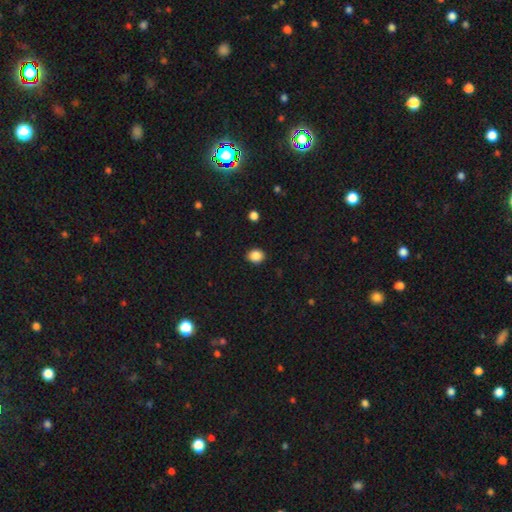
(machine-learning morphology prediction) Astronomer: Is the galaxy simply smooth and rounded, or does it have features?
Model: smooth — 87%.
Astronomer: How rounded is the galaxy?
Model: round — 60% (runner-up: in between, 39%).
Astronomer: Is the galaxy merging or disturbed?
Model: none — 90%.